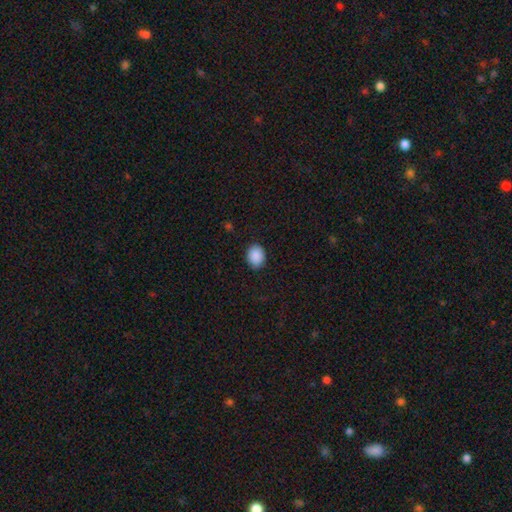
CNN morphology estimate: Smooth or featured: smooth — 90% (star or artifact — 7%)
How rounded: in between — 57% (round — 42%)
Merging: none — 89% (minor disturbance — 8%)